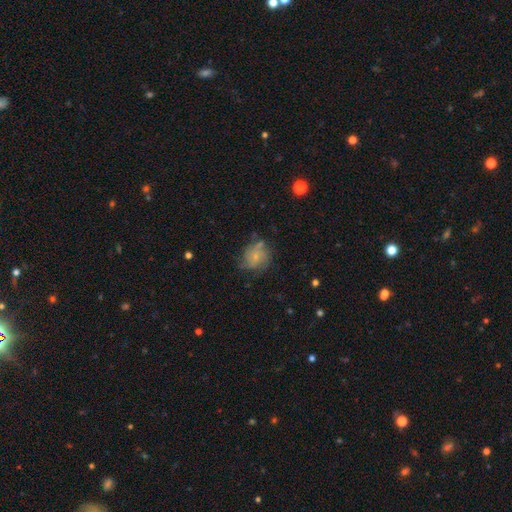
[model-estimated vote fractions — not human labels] featured or disk 52%, smooth 37%, star or artifact 11%. Down the decision tree: edge-on disk — no (98%); bar — no (80%); spiral arms — yes (75%); bulge size — small (70%); merging — none (60%).